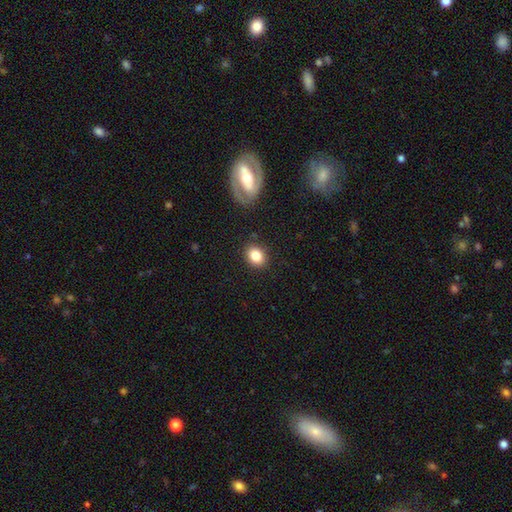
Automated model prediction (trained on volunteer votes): smooth 83%, star or artifact 9%, featured or disk 8%. Down the decision tree: how rounded — in between (51%); merging — none (87%).